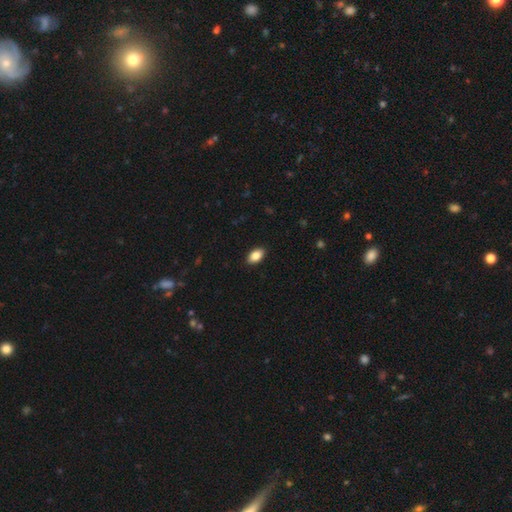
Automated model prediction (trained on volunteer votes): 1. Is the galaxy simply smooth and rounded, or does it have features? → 86% smooth, 8% star or artifact, 6% featured or disk.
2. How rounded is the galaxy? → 92% in between, 6% round, 2% cigar-shaped.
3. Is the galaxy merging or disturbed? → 90% none, 8% minor disturbance, 2% major disturbance, 1% merger.